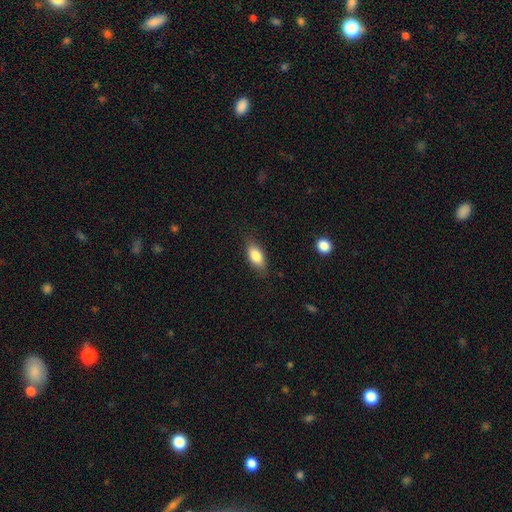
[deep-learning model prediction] Q: Smooth or featured?
A: smooth (82%); runner-up: featured or disk (11%)
Q: How rounded?
A: in between (85%); runner-up: cigar-shaped (11%)
Q: Merging?
A: none (82%); runner-up: minor disturbance (14%)